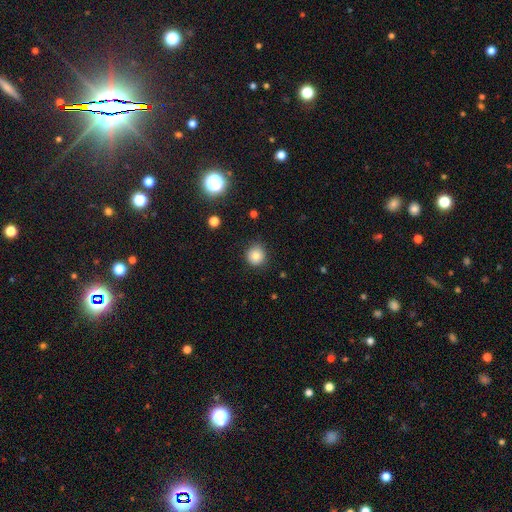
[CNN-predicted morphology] Smooth or featured?
  - smooth: 80% *
  - star or artifact: 12%
  - featured or disk: 8%
How rounded?
  - round: 92% *
  - in between: 7%
  - cigar-shaped: 1%
Merging?
  - none: 87% *
  - minor disturbance: 9%
  - major disturbance: 2%
  - merger: 1%